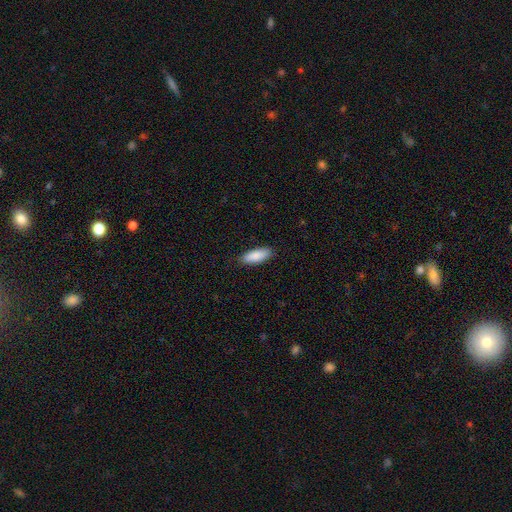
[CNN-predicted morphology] smooth 89%, star or artifact 6%, featured or disk 5%. Down the decision tree: how rounded — in between (73%); merging — none (88%).